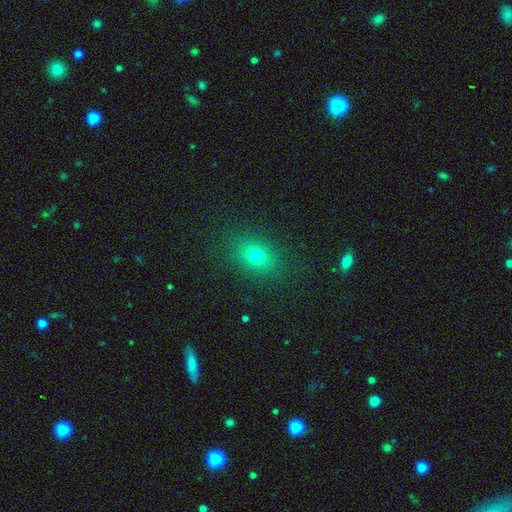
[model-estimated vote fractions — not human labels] A smooth galaxy with no disk features (73%) that is in between round and cigar-shaped (72%). Merging: none (86%).